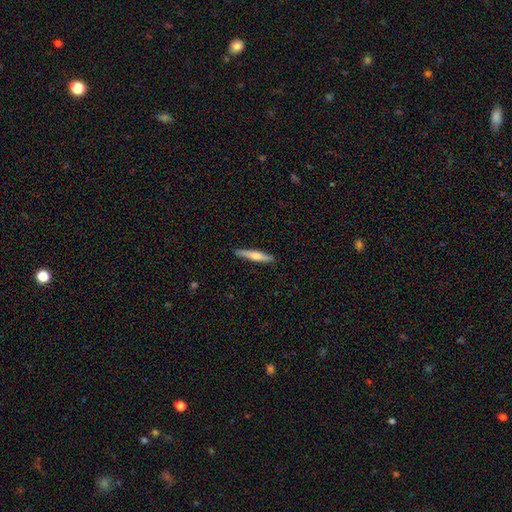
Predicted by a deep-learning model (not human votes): Smooth or featured? Predicted: smooth (p=0.59). How rounded? Predicted: cigar-shaped (p=0.91). Merging? Predicted: none (p=0.90).